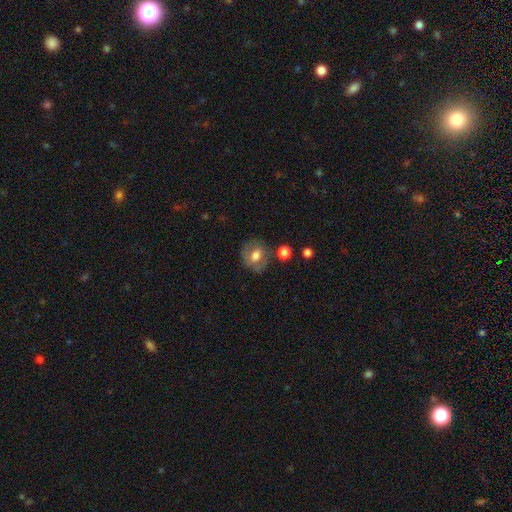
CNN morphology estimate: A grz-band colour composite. It shows a smooth galaxy with no disk features (64%) that is round (71%). Merging: none (73%).